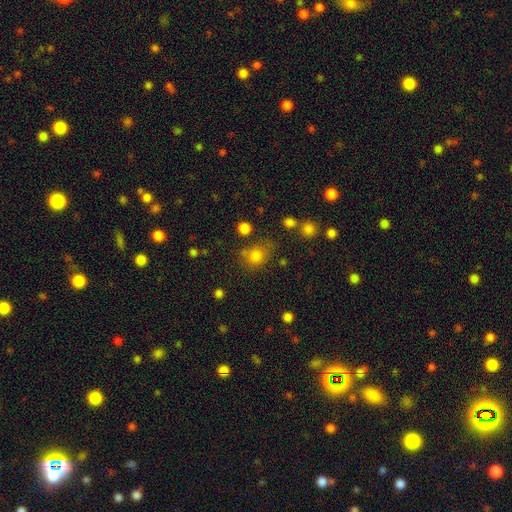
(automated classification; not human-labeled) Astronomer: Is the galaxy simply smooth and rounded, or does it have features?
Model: smooth — 77%.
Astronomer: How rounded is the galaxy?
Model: round — 66%.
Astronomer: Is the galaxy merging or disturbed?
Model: none — 61%.